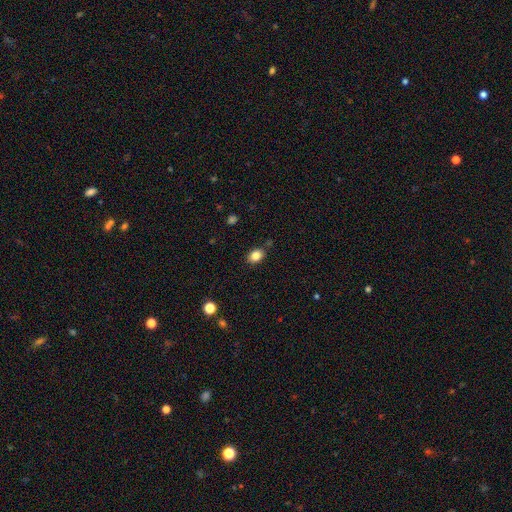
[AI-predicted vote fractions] Smooth or featured: smooth — 85% (star or artifact — 10%)
How rounded: in between — 65% (round — 34%)
Merging: none — 82% (minor disturbance — 12%)